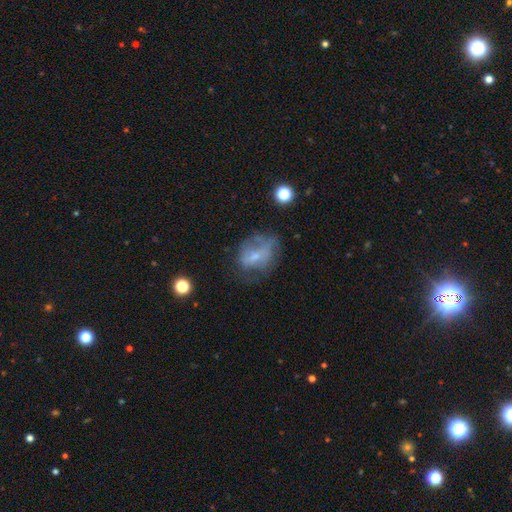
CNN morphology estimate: This is possibly a featured or disk galaxy (46%). Merging: marginally none (40%).